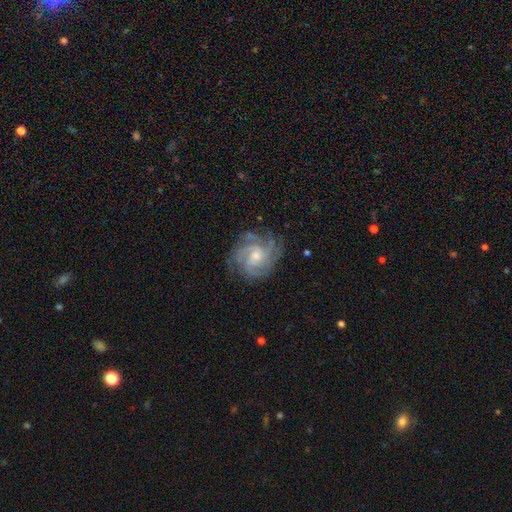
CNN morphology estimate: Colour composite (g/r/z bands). It shows a featured or disk galaxy (86%) with no bar (63%), 4 (33%) tight (59%) spiral arms (97%) and a moderate central bulge (47%). Merging: none (76%).